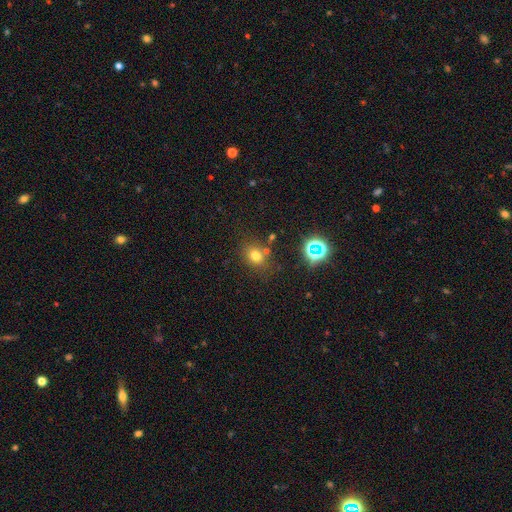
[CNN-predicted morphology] type=smooth (70%); roundness=round (58%); merging=none (73%).